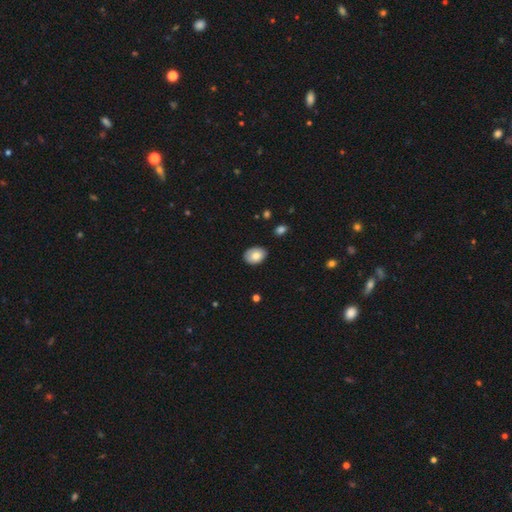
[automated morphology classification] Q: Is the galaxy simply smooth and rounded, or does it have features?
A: smooth — 79%.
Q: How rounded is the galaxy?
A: in between — 77%.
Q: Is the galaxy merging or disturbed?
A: none — 81%.